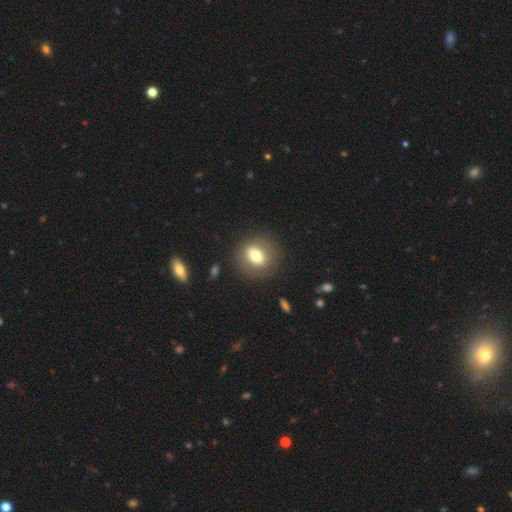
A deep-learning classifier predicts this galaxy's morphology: smooth_or_featured: smooth (p=0.68) [alt: featured or disk p=0.23]
how_rounded: round (p=0.62) [alt: in between p=0.36]
merging: none (p=0.83) [alt: minor disturbance p=0.10]